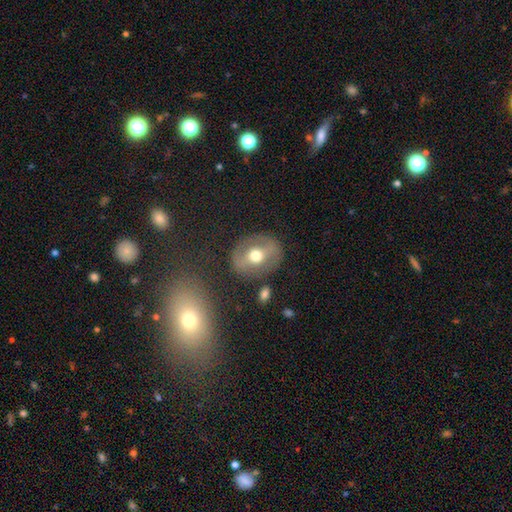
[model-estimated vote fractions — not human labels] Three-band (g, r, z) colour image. It shows a featured or disk galaxy (46%, tied with smooth). Merging: none (79%).